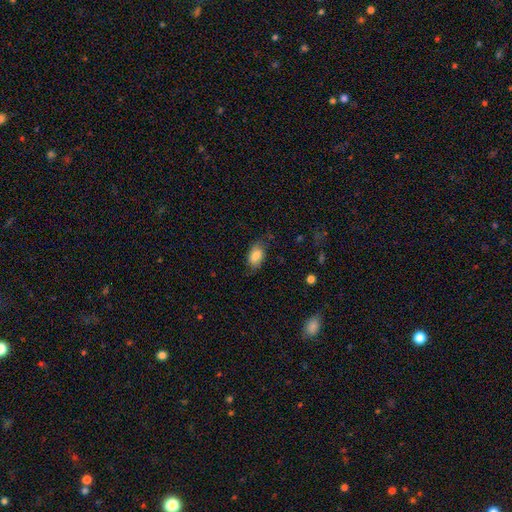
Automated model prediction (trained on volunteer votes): Smooth or featured?
  - smooth: 79% *
  - featured or disk: 14%
  - star or artifact: 7%
How rounded?
  - in between: 90% *
  - round: 7%
  - cigar-shaped: 2%
Merging?
  - none: 68% *
  - minor disturbance: 24%
  - major disturbance: 8%
  - merger: 1%